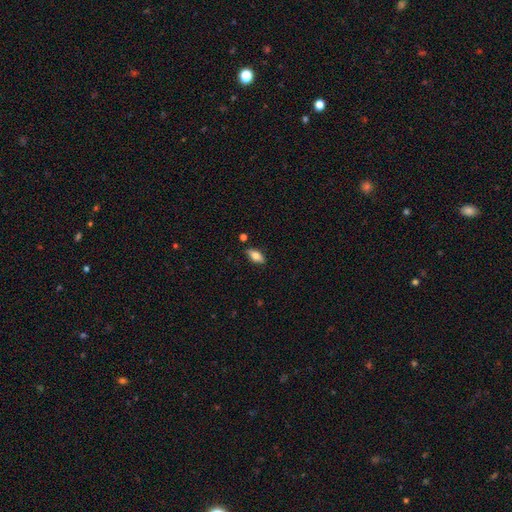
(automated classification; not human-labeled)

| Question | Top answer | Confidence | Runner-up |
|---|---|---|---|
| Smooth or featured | smooth | 70% | featured or disk (23%) |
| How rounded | in between | 84% | cigar-shaped (13%) |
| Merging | none | 84% | minor disturbance (11%) |